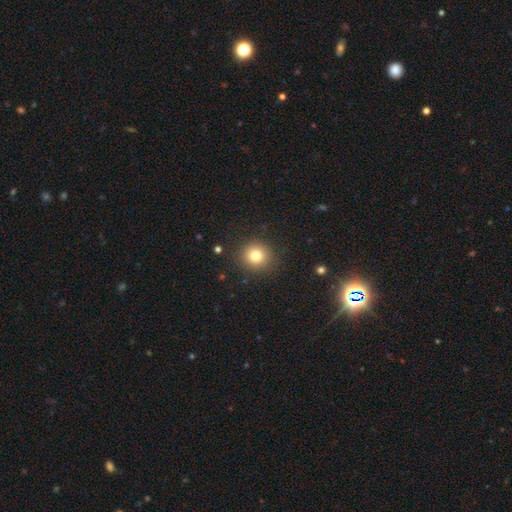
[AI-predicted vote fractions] Smooth or featured? Predicted: smooth (p=0.79). How rounded? Predicted: round (p=0.91). Merging? Predicted: none (p=0.88).